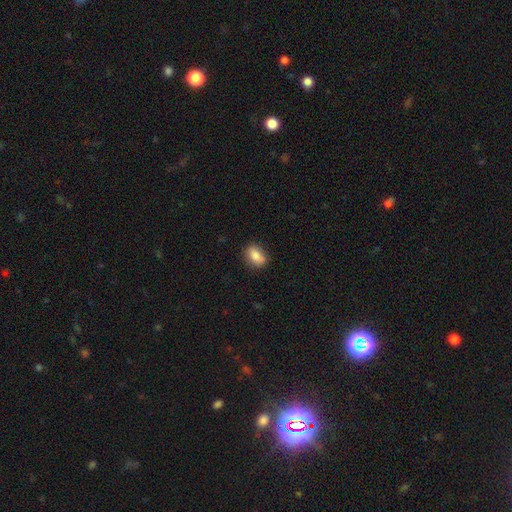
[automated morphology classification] A smooth galaxy with no disk features (82%) that is in between round and cigar-shaped (77%).

Vote fractions:
- Smooth or featured? smooth: 82% / featured or disk: 10% / star or artifact: 8%
- How rounded? in between: 77% / round: 20% / cigar-shaped: 3%
- Merging? none: 78% / minor disturbance: 17% / major disturbance: 3% / merger: 3%